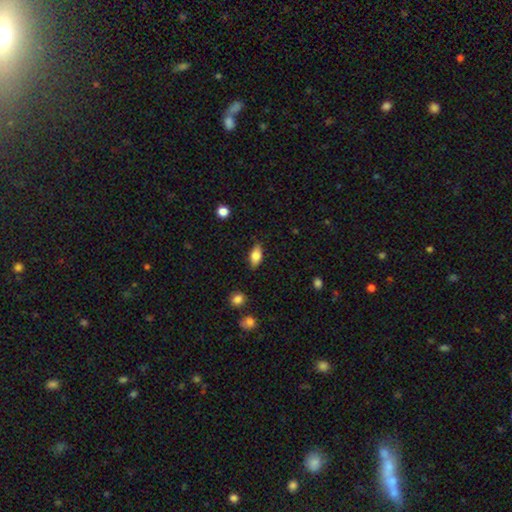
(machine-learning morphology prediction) Q: Smooth or featured?
A: smooth (79%); runner-up: featured or disk (13%)
Q: How rounded?
A: in between (87%); runner-up: cigar-shaped (9%)
Q: Merging?
A: none (83%); runner-up: minor disturbance (13%)